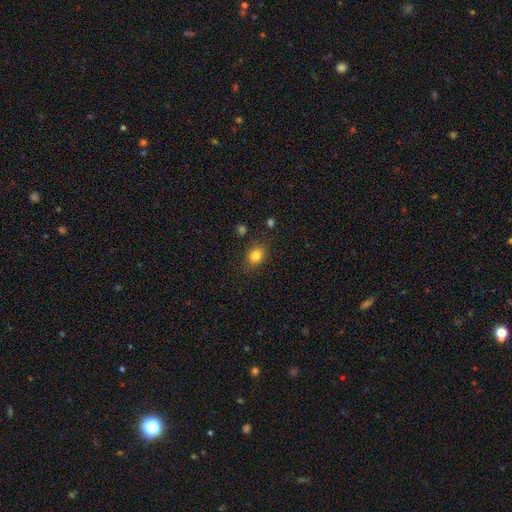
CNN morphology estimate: Smooth or featured? Predicted: smooth (p=0.82). How rounded? Predicted: round (p=0.54). Merging? Predicted: none (p=0.83).